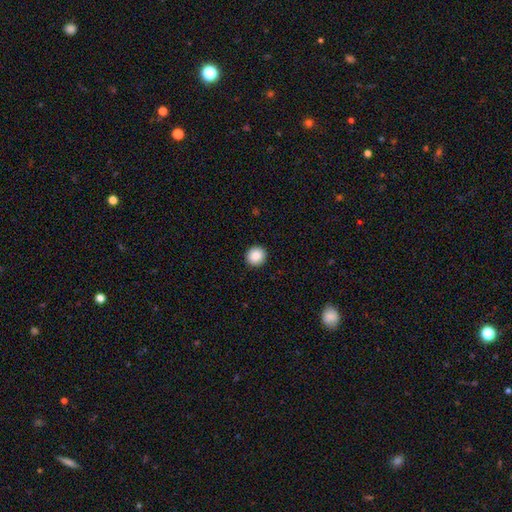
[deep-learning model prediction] Overall: smooth (89%). How rounded: round (93%). Merging: none (93%).